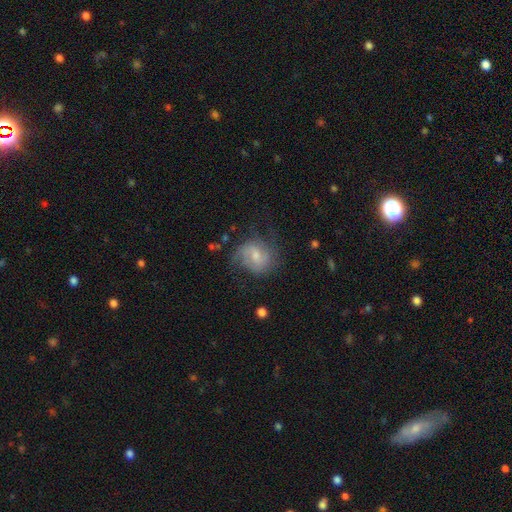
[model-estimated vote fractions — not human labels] smooth-or-featured: featured or disk: 65% | smooth: 28% | star or artifact: 7%
  disk-edge-on: no: 97% | yes: 3%
    bar: weak: 53% | no: 37% | strong: 10%
    has-spiral-arms: yes: 87% | no: 13%
      spiral-winding: medium: 45% | tight: 29% | loose: 26%
      spiral-arm-count: 2: 56% | can't tell: 24% | 3: 8% | 1: 8% | 4: 3% | more than 4: 2%
    bulge-size: moderate: 47% | small: 41% | none: 7% | large: 4% | dominant: 1%
  merging: none: 55% | minor disturbance: 24% | major disturbance: 19% | merger: 2%